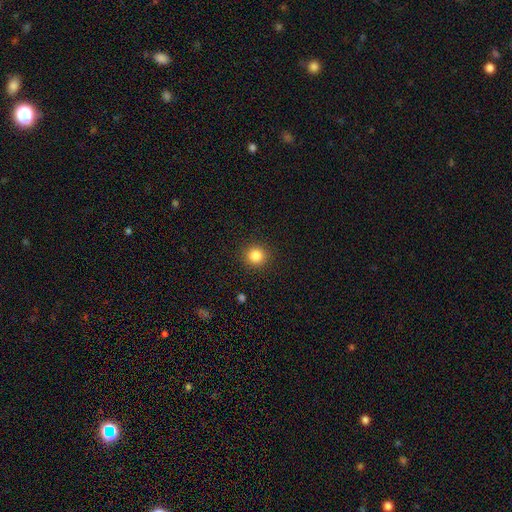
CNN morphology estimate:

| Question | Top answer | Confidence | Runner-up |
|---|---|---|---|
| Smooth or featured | smooth | 84% | star or artifact (11%) |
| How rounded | round | 93% | in between (7%) |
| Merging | none | 91% | minor disturbance (5%) |